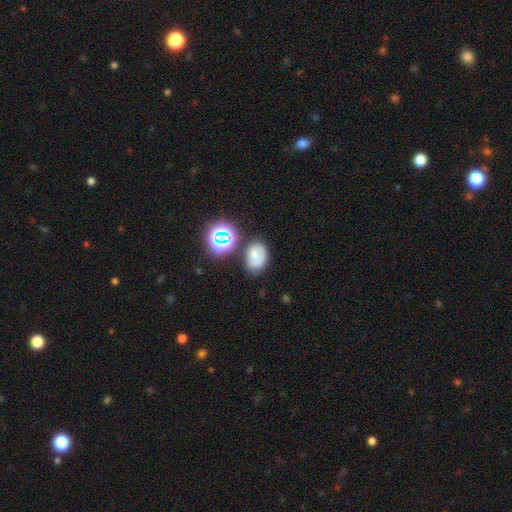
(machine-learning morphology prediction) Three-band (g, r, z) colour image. It shows a smooth galaxy with no disk features (63%) that is in between round and cigar-shaped (74%). Merging: none (58%).